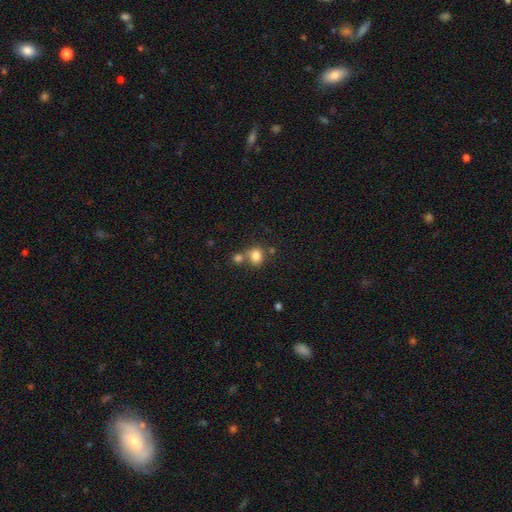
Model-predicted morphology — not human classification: smooth-or-featured: smooth: 81% | star or artifact: 12% | featured or disk: 7%
  how-rounded: round: 74% | in between: 25% | cigar-shaped: 1%
  merging: none: 55% | merger: 31% | minor disturbance: 10% | major disturbance: 4%